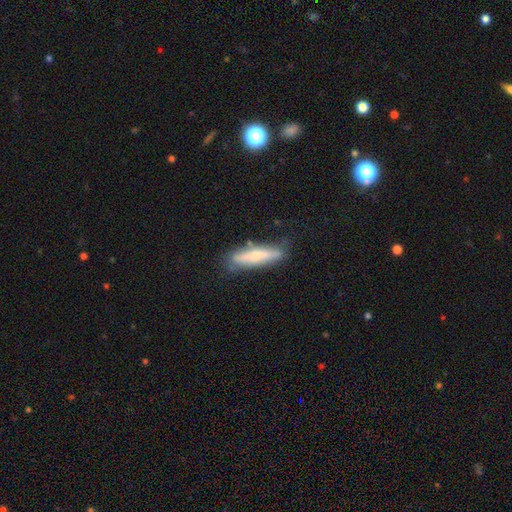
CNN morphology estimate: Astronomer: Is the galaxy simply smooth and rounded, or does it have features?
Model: smooth — 54% (runner-up: featured or disk, 39%).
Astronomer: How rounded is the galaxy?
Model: cigar-shaped — 79%.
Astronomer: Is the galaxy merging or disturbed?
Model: none — 71%.